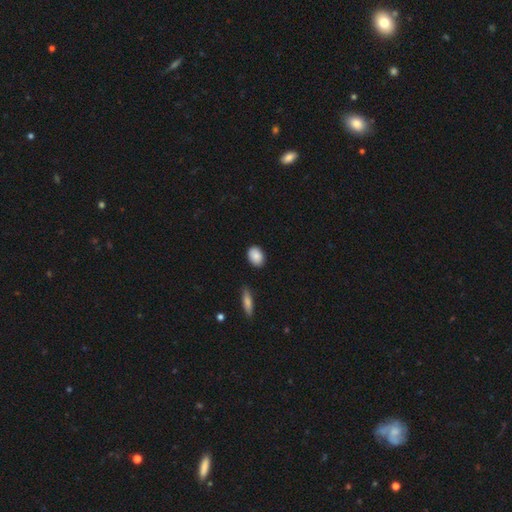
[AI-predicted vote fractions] This is clearly a smooth galaxy (88%). How rounded: likely in between (74%). Merging: clearly none (85%).